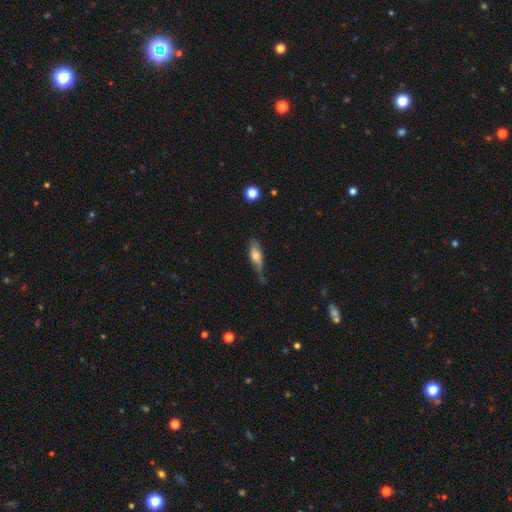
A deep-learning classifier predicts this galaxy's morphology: Smooth or featured: smooth — 59% (featured or disk — 34%)
How rounded: in between — 61% (cigar-shaped — 36%)
Merging: none — 44% (minor disturbance — 38%)